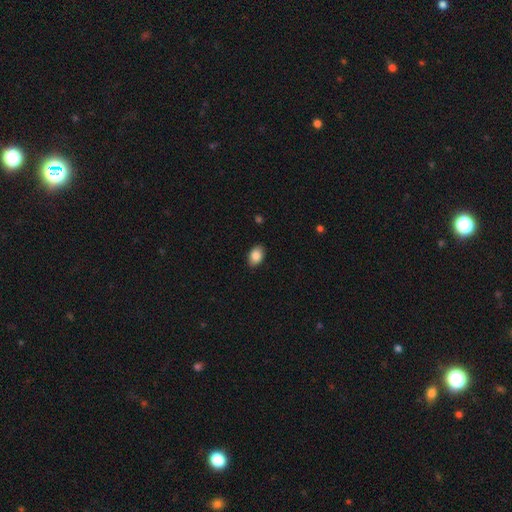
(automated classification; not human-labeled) Smooth or featured? smooth (87%)
How rounded? in between (85%)
Merging? none (87%)